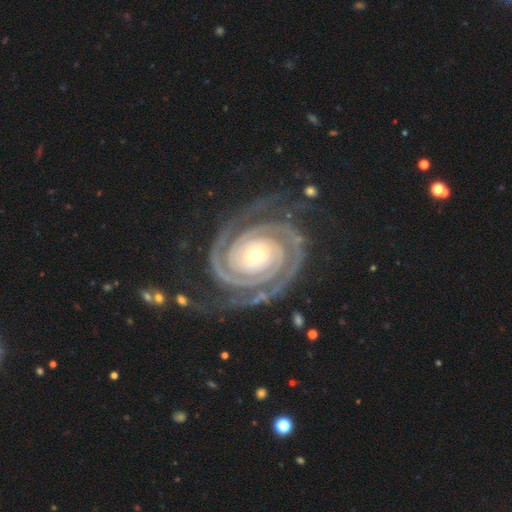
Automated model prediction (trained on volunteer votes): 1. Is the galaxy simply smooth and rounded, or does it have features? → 94% featured or disk, 4% star or artifact, 2% smooth.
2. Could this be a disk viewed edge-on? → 98% no, 2% yes.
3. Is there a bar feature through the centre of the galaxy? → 73% no, 13% strong, 13% weak.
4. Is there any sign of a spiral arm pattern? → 99% yes, 1% no.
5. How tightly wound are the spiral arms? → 87% tight, 12% medium, 2% loose.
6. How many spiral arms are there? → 84% 2, 6% 3, 3% can't tell, 2% 4, 2% 1, 2% more than 4.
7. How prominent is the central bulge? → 54% small, 41% moderate, 3% large, 1% dominant, 1% none.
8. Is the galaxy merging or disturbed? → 79% none, 13% minor disturbance, 7% major disturbance, 2% merger.